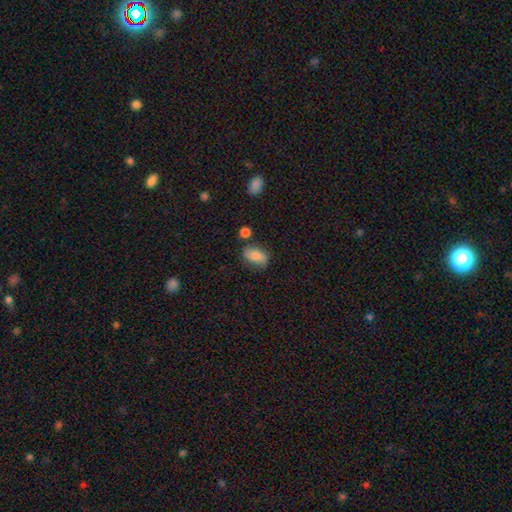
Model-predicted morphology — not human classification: This is likely a smooth galaxy (78%). How rounded: clearly in between (88%). Merging: likely none (67%).